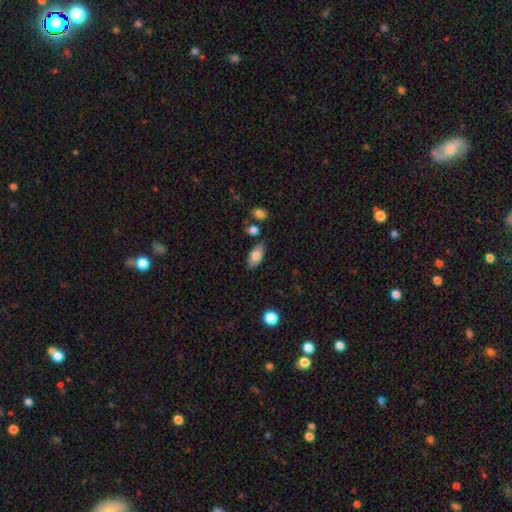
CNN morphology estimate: A smooth galaxy with no disk features (80%) that is in between round and cigar-shaped (90%). Merging: none (80%).